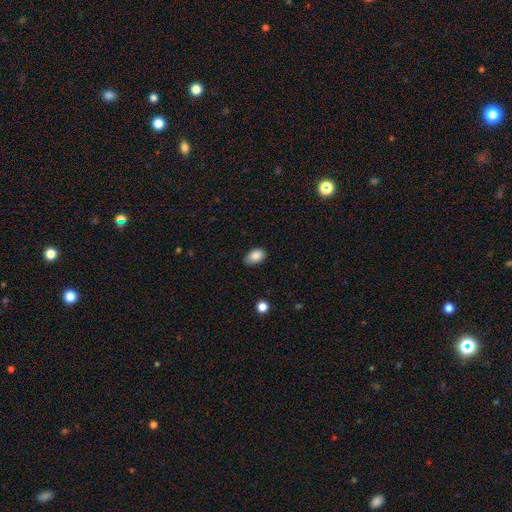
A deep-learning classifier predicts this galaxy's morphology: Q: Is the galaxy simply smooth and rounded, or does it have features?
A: smooth — 86%.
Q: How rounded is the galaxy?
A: in between — 88%.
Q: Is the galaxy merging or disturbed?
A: none — 79%.